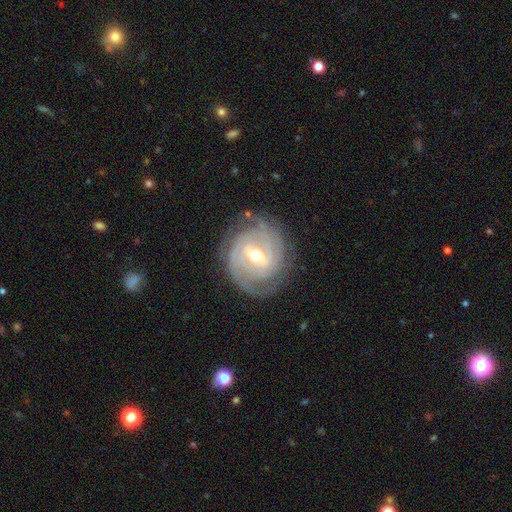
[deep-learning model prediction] A featured or disk galaxy (88%) with a weak bar (53%), 2 (35%) tight (76%) spiral arms (96%) and a moderate central bulge (63%). Merging: none (79%).